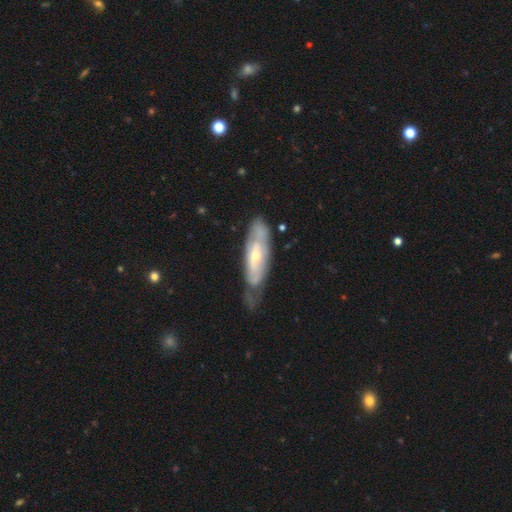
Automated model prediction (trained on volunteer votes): Morphology: type=featured or disk (68%); edge-on=no (77%); bar=no (70%); spiral arms=yes (56%); bulge=small (48%, tied with moderate); merging=none (52%).